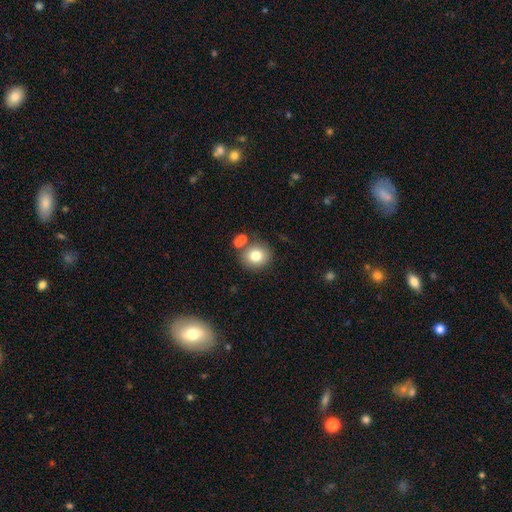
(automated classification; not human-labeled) Smooth or featured?
  - smooth: 78% *
  - star or artifact: 11%
  - featured or disk: 11%
How rounded?
  - round: 83% *
  - in between: 16%
  - cigar-shaped: 1%
Merging?
  - none: 74% *
  - merger: 13%
  - minor disturbance: 10%
  - major disturbance: 3%